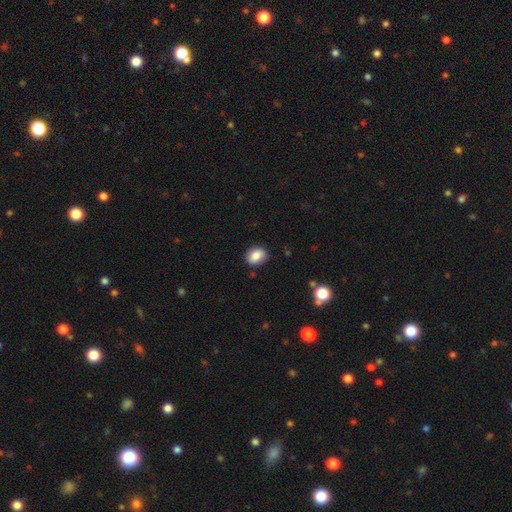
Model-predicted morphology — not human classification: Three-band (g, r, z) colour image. It shows a smooth galaxy with no disk features (81%) that is in between round and cigar-shaped (53%). Merging: none (84%).